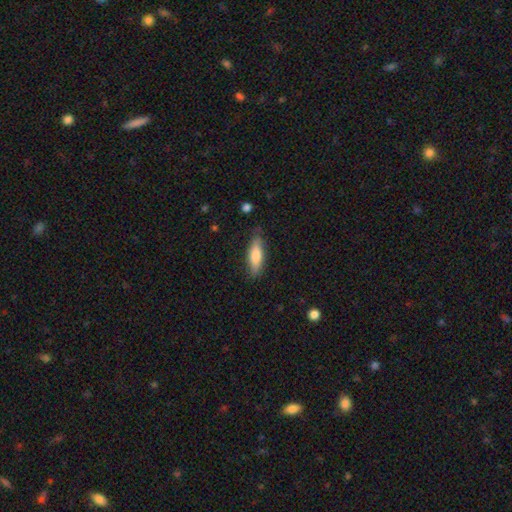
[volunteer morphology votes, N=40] smooth-or-featured: smooth: 72% | featured or disk: 18% | star or artifact: 10%
  how-rounded: cigar-shaped: 72% | in between: 24% | round: 3%
  merging: none: 78% | minor disturbance: 17% | major disturbance: 3% | merger: 3%